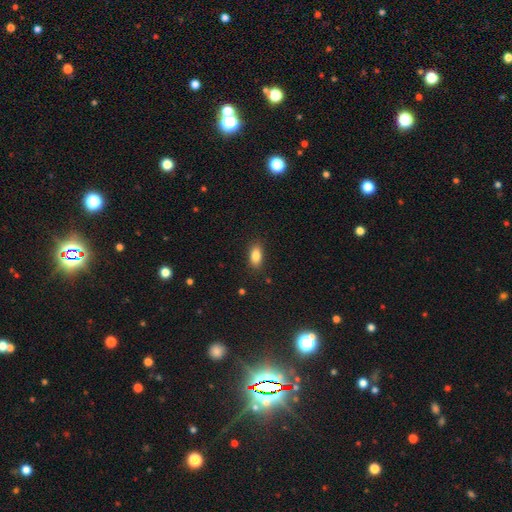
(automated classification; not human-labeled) Morphology: type=smooth (85%); roundness=in between (88%); merging=none (86%).